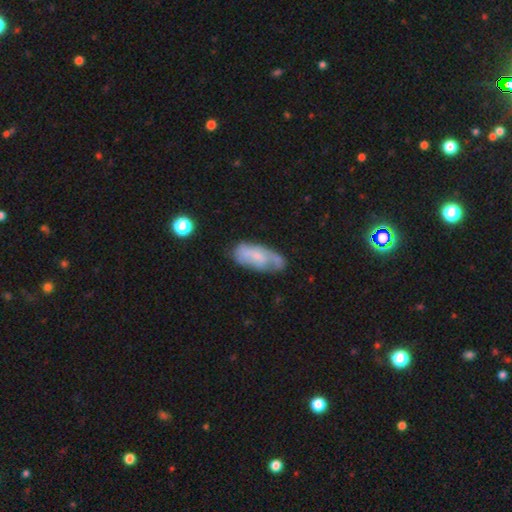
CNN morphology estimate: smooth_or_featured: featured or disk (p=0.52) [alt: smooth p=0.41]
disk_edge_on: no (p=0.90) [alt: yes p=0.10]
merging: none (p=0.49) [alt: minor disturbance p=0.31]